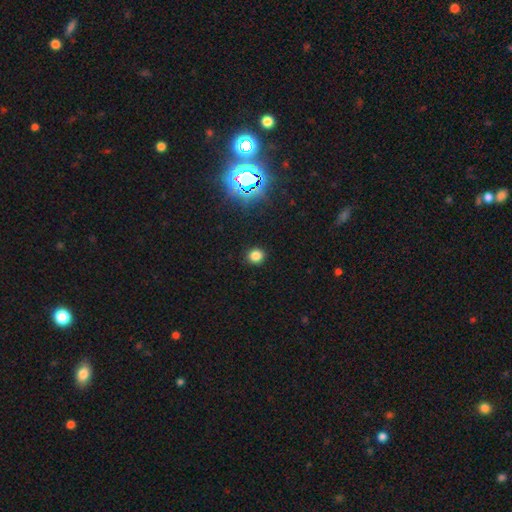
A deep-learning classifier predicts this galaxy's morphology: type=smooth (78%); roundness=round (85%); merging=none (91%).